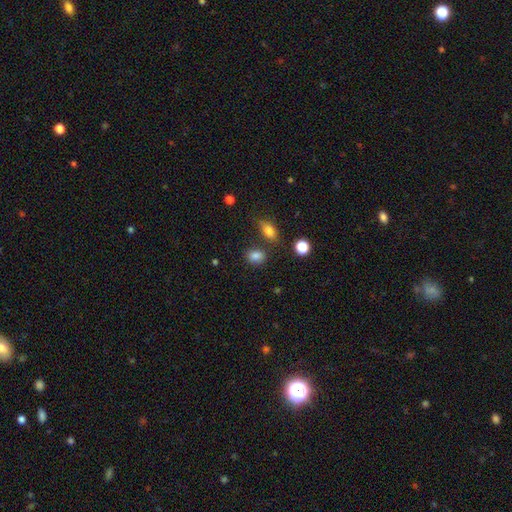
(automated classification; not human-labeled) Q: Smooth or featured?
A: smooth (83%); runner-up: star or artifact (11%)
Q: How rounded?
A: in between (65%); runner-up: round (34%)
Q: Merging?
A: none (72%); runner-up: minor disturbance (13%)